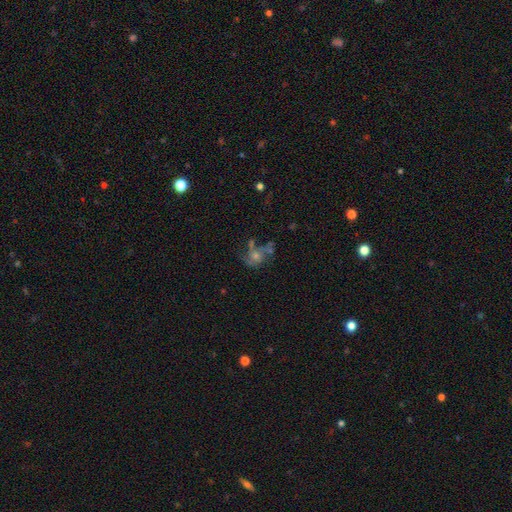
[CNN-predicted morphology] A featured or disk galaxy (58%) with no bar (80%), spiral arms (74%) and a small central bulge (45%).

Vote fractions:
- Smooth or featured? featured or disk: 58% / smooth: 22% / star or artifact: 21%
- Edge-on disk? no: 97% / yes: 3%
- Bar? no: 80% / weak: 17% / strong: 3%
- Spiral arms? yes: 74% / no: 26%
- Bulge size? small: 45% / moderate: 41% / none: 8% / large: 4% / dominant: 2%
- Merging? none: 44% / major disturbance: 25% / minor disturbance: 17% / merger: 14%